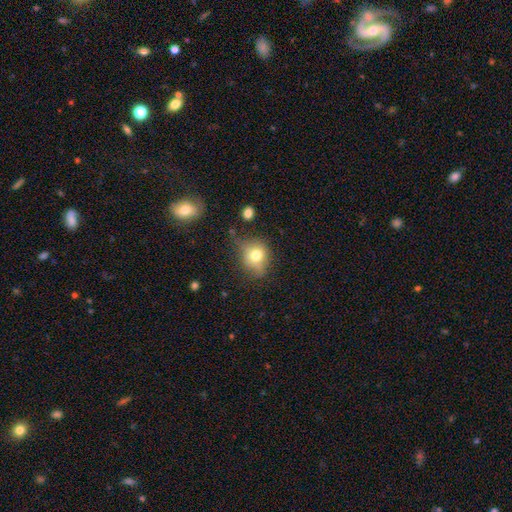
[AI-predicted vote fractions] Q: Smooth or featured?
A: smooth (71%); runner-up: featured or disk (17%)
Q: How rounded?
A: round (61%); runner-up: in between (37%)
Q: Merging?
A: none (58%); runner-up: minor disturbance (29%)